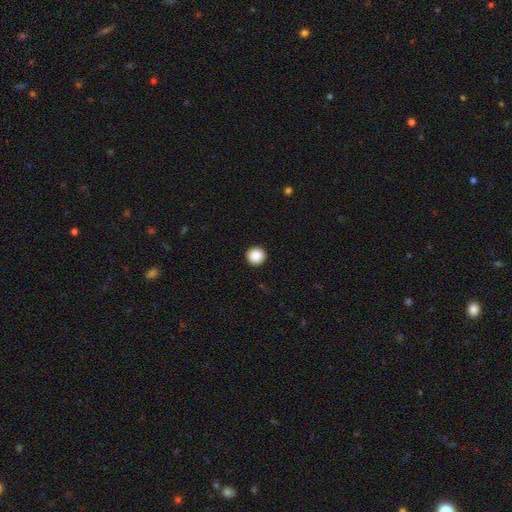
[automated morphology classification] smooth 88%, star or artifact 9%, featured or disk 3%. Down the decision tree: how rounded — round (95%); merging — none (93%).